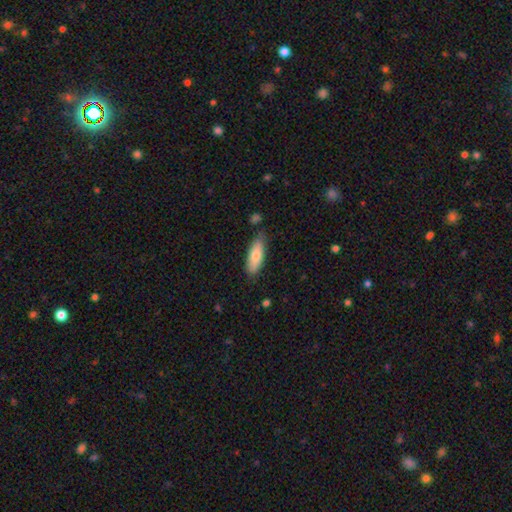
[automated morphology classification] A smooth galaxy with no disk features (78%) that is in between round and cigar-shaped (63%).

Vote fractions:
- Smooth or featured? smooth: 78% / featured or disk: 16% / star or artifact: 6%
- How rounded? in between: 63% / cigar-shaped: 35% / round: 2%
- Merging? none: 77% / minor disturbance: 17% / merger: 3% / major disturbance: 3%